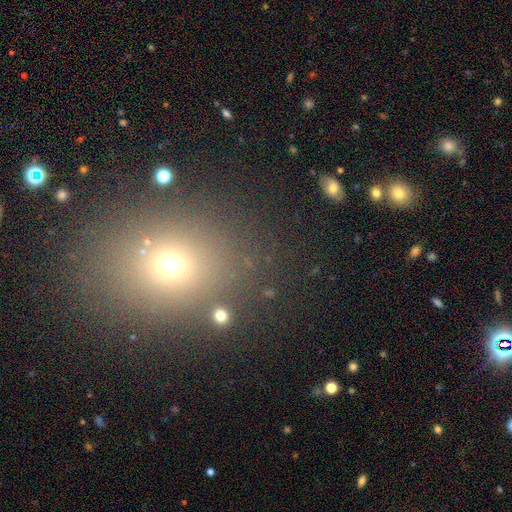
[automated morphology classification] Smooth or featured: smooth — 55% (star or artifact — 35%)
How rounded: round — 61% (in between — 37%)
Merging: none — 81% (minor disturbance — 9%)